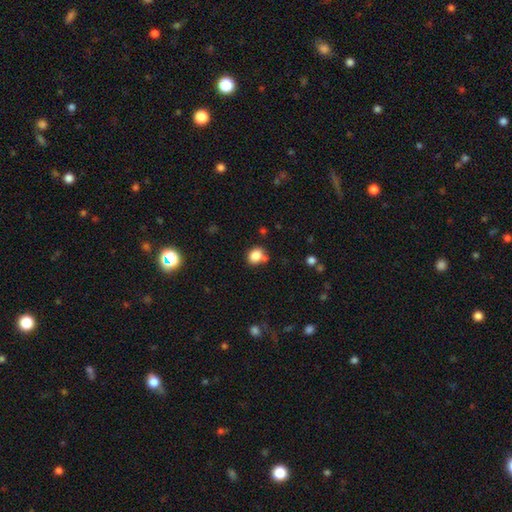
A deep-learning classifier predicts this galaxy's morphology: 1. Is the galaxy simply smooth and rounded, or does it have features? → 84% smooth, 11% star or artifact, 5% featured or disk.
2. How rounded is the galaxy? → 60% round, 39% in between, 1% cigar-shaped.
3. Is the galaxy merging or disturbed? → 65% none, 17% minor disturbance, 14% merger, 5% major disturbance.